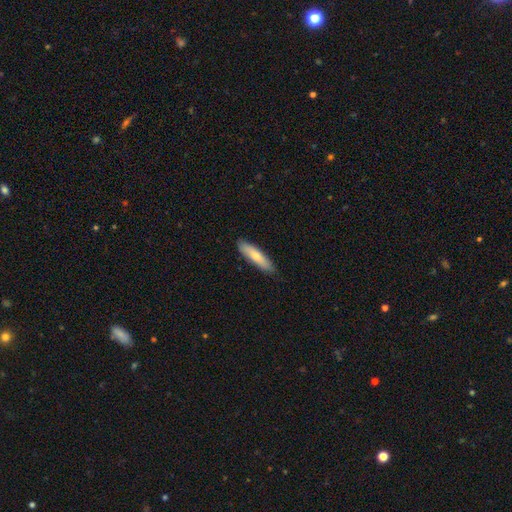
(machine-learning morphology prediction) smooth-or-featured: smooth: 72% | featured or disk: 23% | star or artifact: 5%
  how-rounded: cigar-shaped: 71% | in between: 27% | round: 2%
  merging: none: 86% | minor disturbance: 12% | major disturbance: 2% | merger: 1%